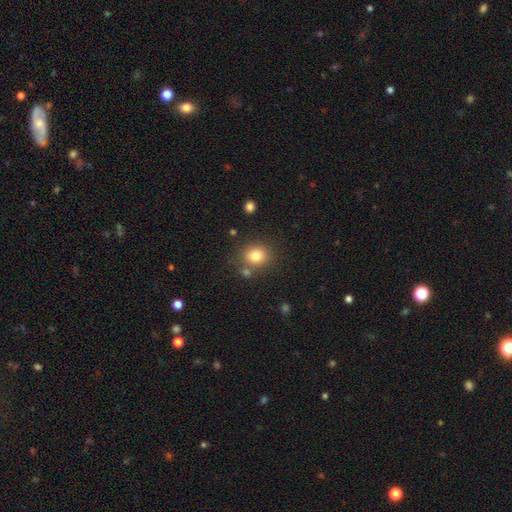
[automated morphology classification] type=smooth (81%); roundness=round (76%); merging=none (75%).